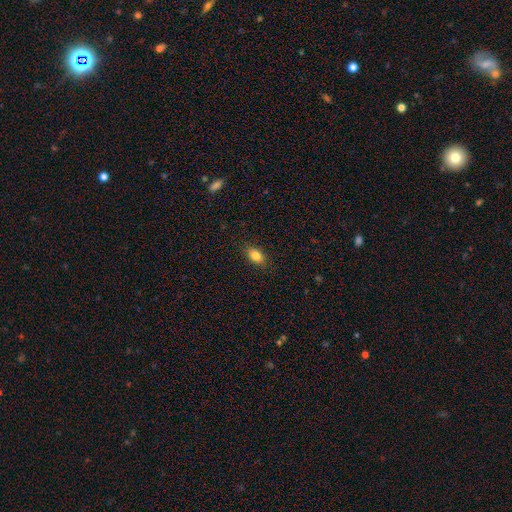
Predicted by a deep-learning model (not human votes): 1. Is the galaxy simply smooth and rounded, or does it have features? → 84% smooth, 9% star or artifact, 7% featured or disk.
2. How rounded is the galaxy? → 82% in between, 15% round, 3% cigar-shaped.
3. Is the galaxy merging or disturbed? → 86% none, 10% minor disturbance, 2% major disturbance, 1% merger.